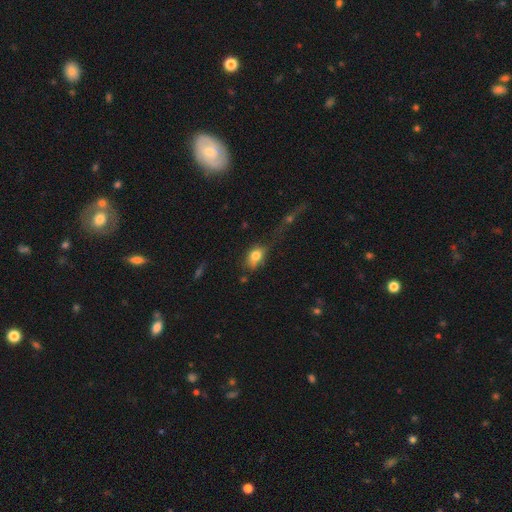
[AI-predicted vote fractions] smooth_or_featured: smooth (p=0.79) [alt: featured or disk p=0.12]
how_rounded: in between (p=0.76) [alt: round p=0.21]
merging: none (p=0.44) [alt: minor disturbance p=0.27]